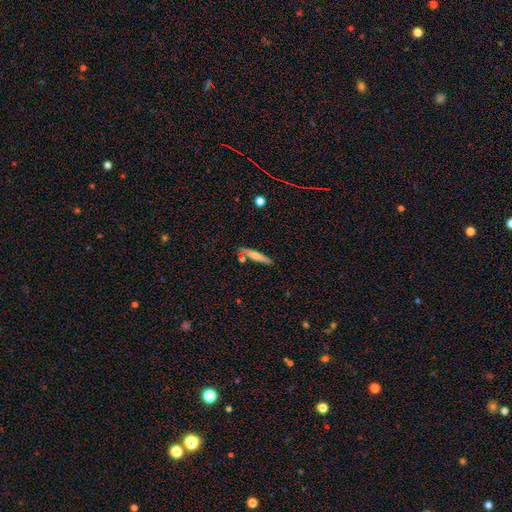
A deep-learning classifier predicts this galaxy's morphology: Q: Smooth or featured?
A: smooth (58%); runner-up: featured or disk (35%)
Q: How rounded?
A: cigar-shaped (87%); runner-up: in between (11%)
Q: Merging?
A: none (75%); runner-up: minor disturbance (12%)